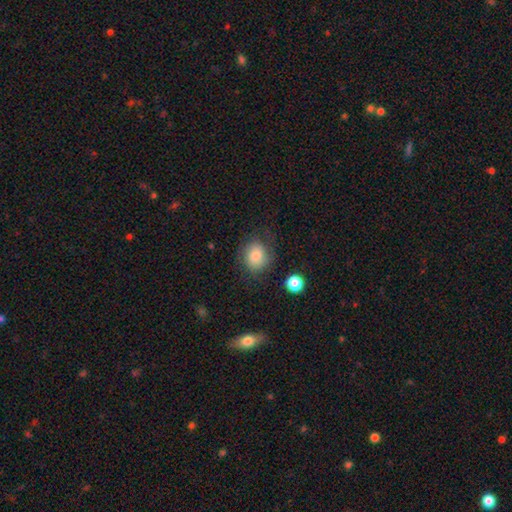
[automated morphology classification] type=smooth (77%); roundness=round (69%); merging=none (68%).